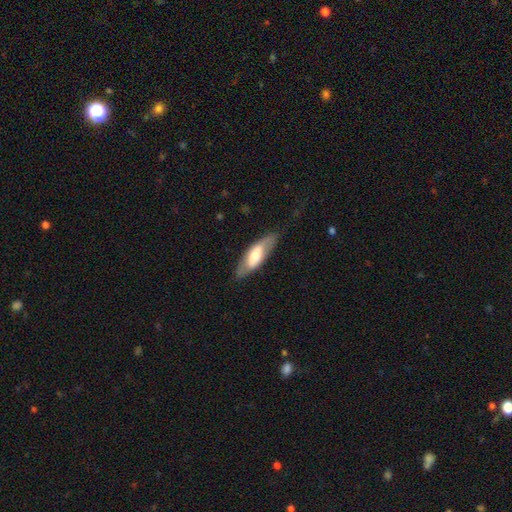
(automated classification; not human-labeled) A smooth galaxy with no disk features (53%) that is in between round and cigar-shaped (63%).

Vote fractions:
- Smooth or featured? smooth: 53% / featured or disk: 41% / star or artifact: 6%
- How rounded? in between: 63% / cigar-shaped: 35% / round: 2%
- Merging? none: 76% / minor disturbance: 17% / major disturbance: 5% / merger: 1%